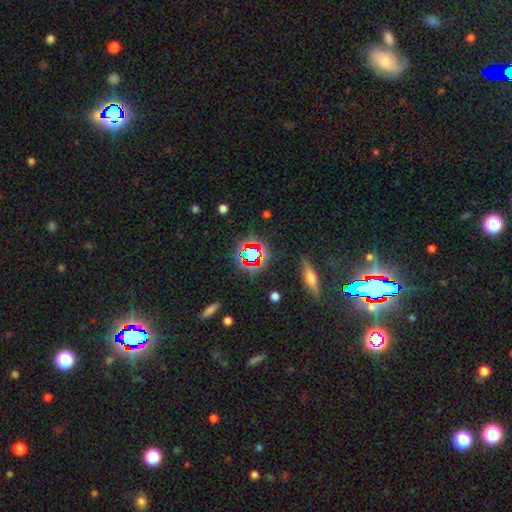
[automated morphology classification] Smooth or featured? star or artifact (66%)